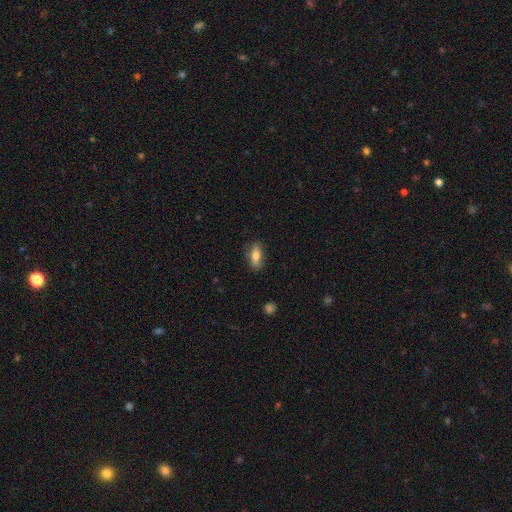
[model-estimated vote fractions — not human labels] A smooth galaxy with no disk features (75%) that is in between round and cigar-shaped (78%).

Vote fractions:
- Smooth or featured? smooth: 75% / featured or disk: 18% / star or artifact: 7%
- How rounded? in between: 78% / cigar-shaped: 19% / round: 4%
- Merging? none: 82% / minor disturbance: 14% / major disturbance: 3% / merger: 1%